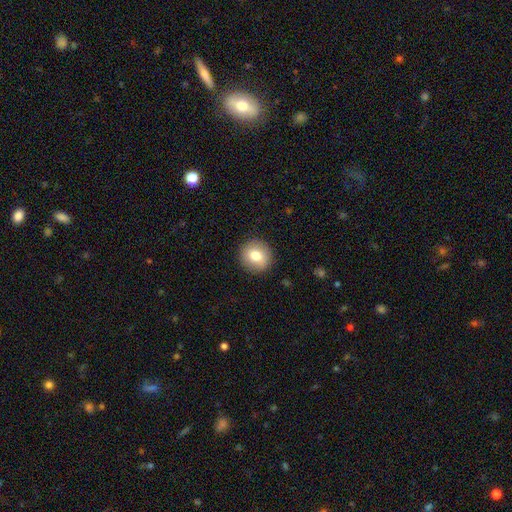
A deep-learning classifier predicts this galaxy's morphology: The model was most divided on "smooth or featured": smooth: 79%, featured or disk: 13%, star or artifact: 8%. More confident: how rounded — round (92%); merging — none (91%).